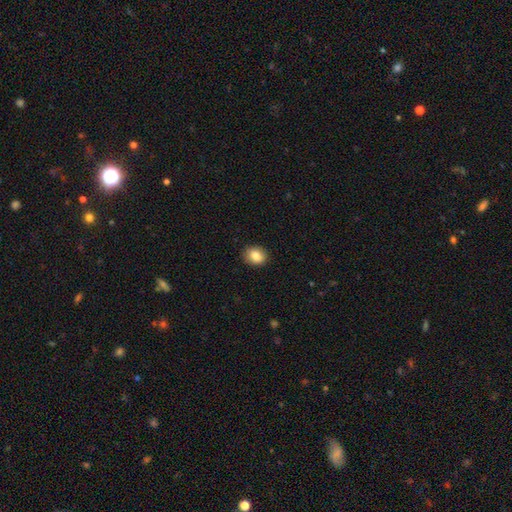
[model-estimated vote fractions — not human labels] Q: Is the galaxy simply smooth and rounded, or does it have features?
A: smooth — 84%.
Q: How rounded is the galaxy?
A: round — 56%.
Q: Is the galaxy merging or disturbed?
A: none — 88%.